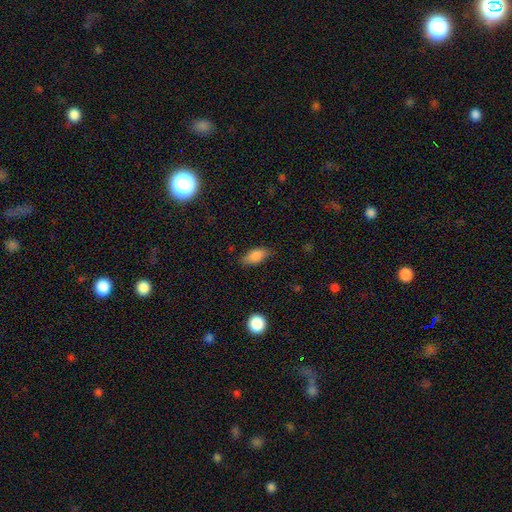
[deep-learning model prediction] Morphology: type=smooth (85%); roundness=in between (90%); merging=none (78%).